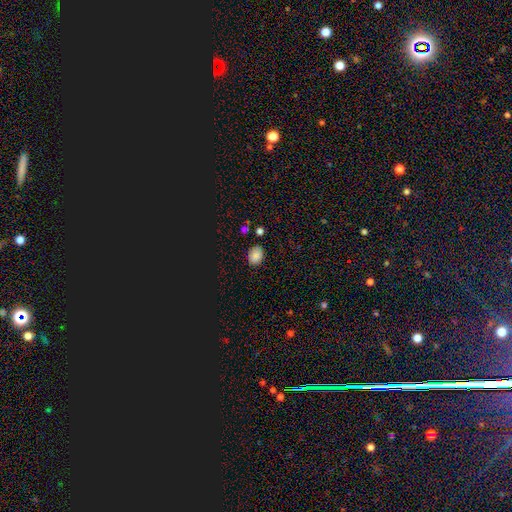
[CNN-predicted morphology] Smooth or featured?
  - smooth: 82% *
  - star or artifact: 13%
  - featured or disk: 5%
How rounded?
  - in between: 54% *
  - round: 45%
  - cigar-shaped: 1%
Merging?
  - none: 80% *
  - minor disturbance: 14%
  - major disturbance: 3%
  - merger: 3%